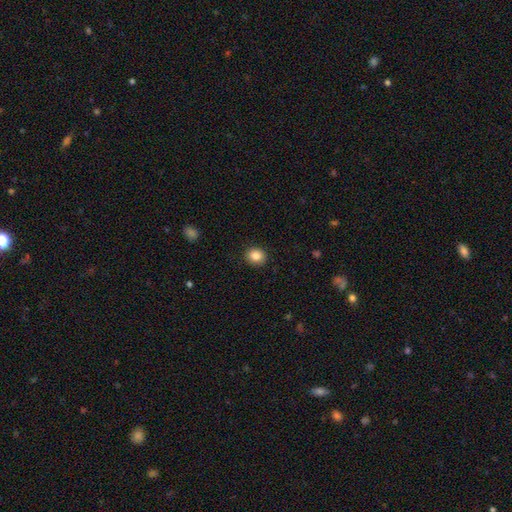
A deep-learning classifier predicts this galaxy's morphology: This is clearly a smooth galaxy (86%). How rounded: likely round (76%). Merging: clearly none (90%).